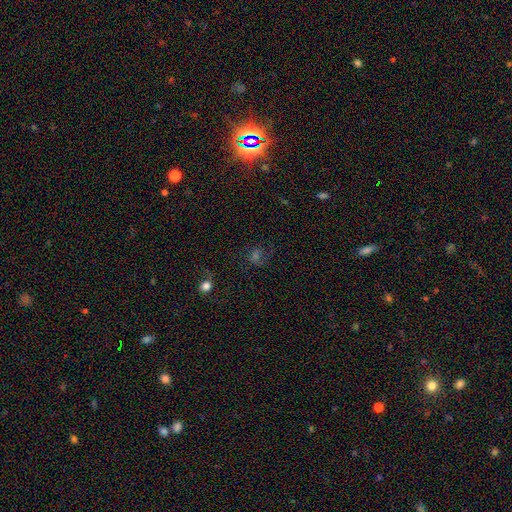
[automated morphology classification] Smooth or featured? star or artifact (45%)